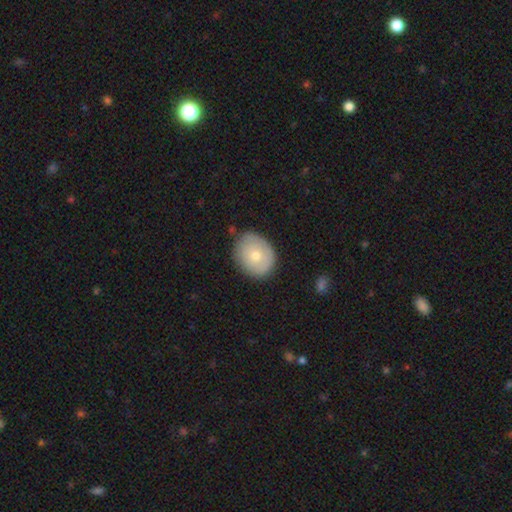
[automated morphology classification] This appears to be a smooth galaxy with no disk features (66%) that is round (56%). Merging: none (78%).